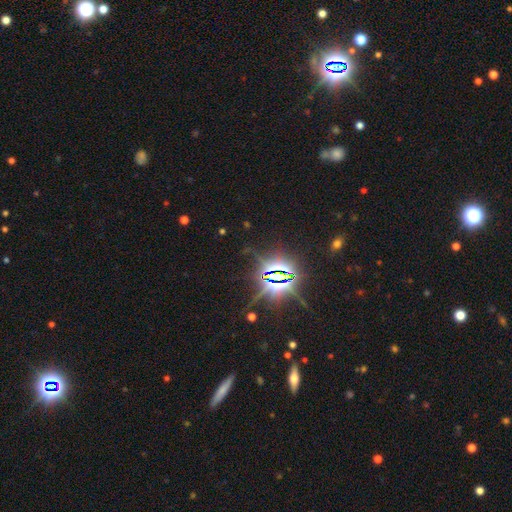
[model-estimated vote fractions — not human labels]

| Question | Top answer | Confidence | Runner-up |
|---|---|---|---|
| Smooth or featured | star or artifact | 85% | smooth (8%) |